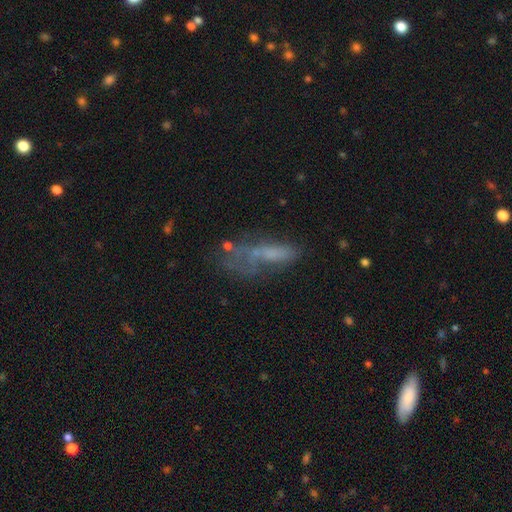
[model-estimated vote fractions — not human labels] Smooth or featured? Predicted: smooth (p=0.47). Merging? Predicted: major disturbance (p=0.35).